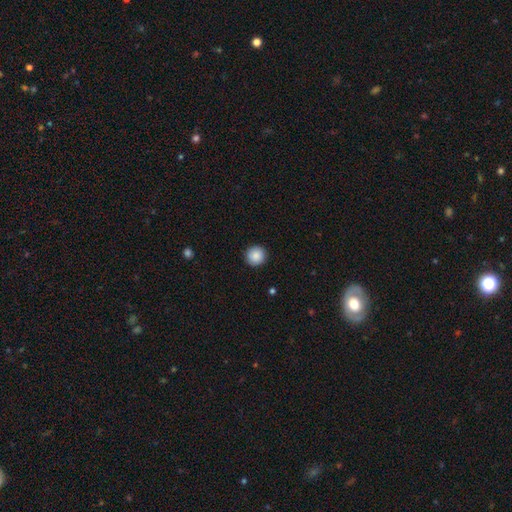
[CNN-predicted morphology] This is clearly a smooth galaxy (88%). How rounded: clearly round (96%). Merging: clearly none (92%).